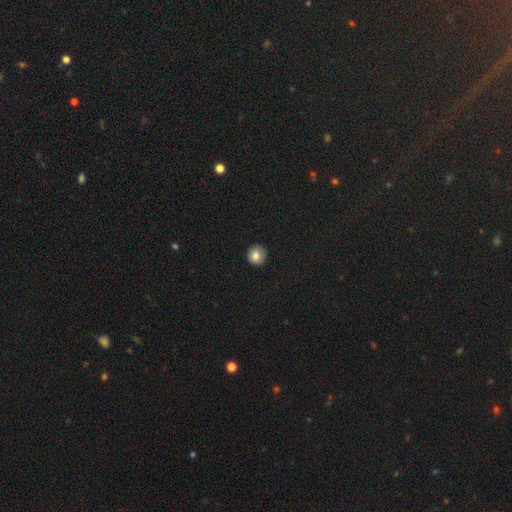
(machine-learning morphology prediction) A smooth galaxy with no disk features (80%) that is round (95%).

Vote fractions:
- Smooth or featured? smooth: 80% / featured or disk: 11% / star or artifact: 9%
- How rounded? round: 95% / in between: 4% / cigar-shaped: 1%
- Merging? none: 91% / minor disturbance: 6% / major disturbance: 2% / merger: 1%